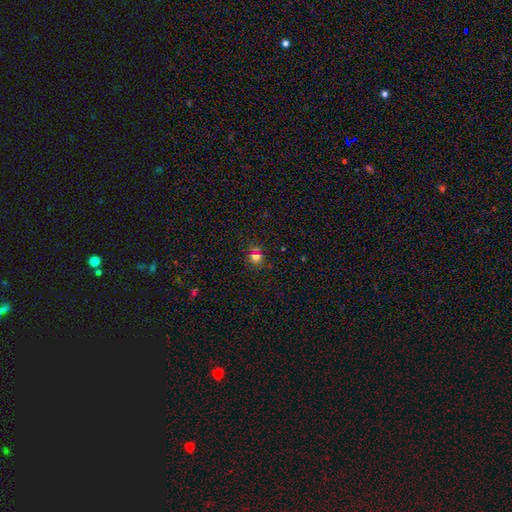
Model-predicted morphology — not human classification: type=smooth (67%); roundness=round (85%); merging=none (85%).